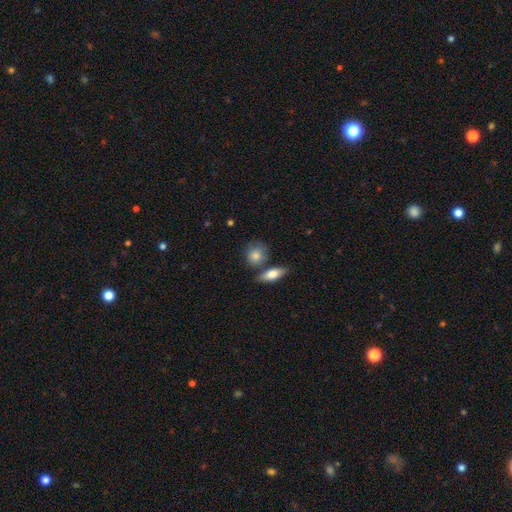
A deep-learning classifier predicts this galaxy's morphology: The model was most divided on "how rounded": round: 61%, in between: 35%, cigar-shaped: 4%. More confident: smooth or featured — smooth (82%); merging — none (60%).